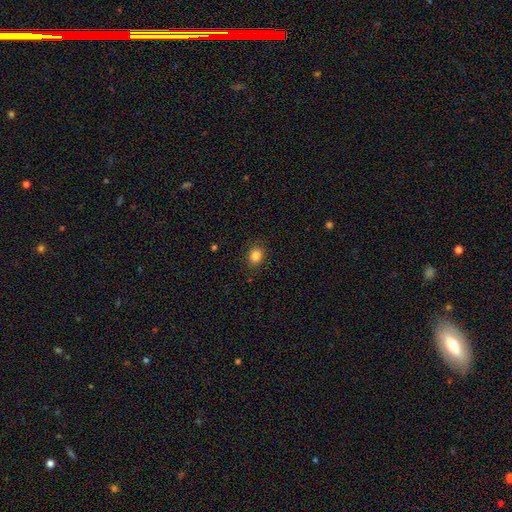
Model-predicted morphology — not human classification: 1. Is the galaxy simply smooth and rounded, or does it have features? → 84% smooth, 11% star or artifact, 5% featured or disk.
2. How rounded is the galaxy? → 54% round, 45% in between, 1% cigar-shaped.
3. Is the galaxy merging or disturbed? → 87% none, 10% minor disturbance, 3% major disturbance, 1% merger.